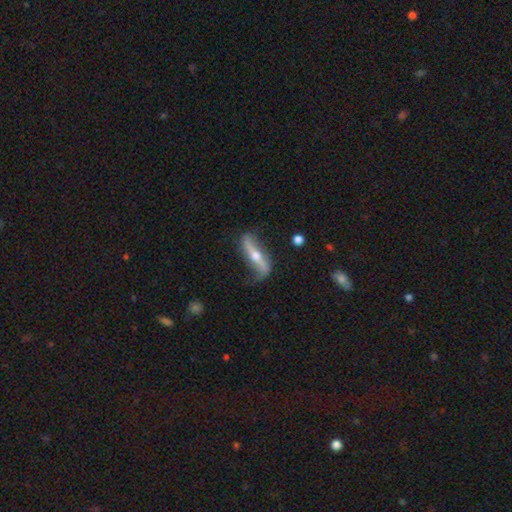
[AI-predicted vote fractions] smooth-or-featured: featured or disk: 77% | smooth: 17% | star or artifact: 6%
  disk-edge-on: no: 53% | yes: 47%
  merging: none: 64% | minor disturbance: 23% | major disturbance: 11% | merger: 3%